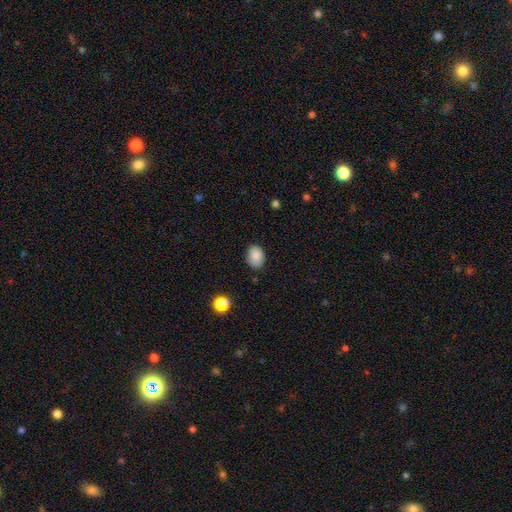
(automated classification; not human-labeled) Q: Smooth or featured?
A: smooth (85%); runner-up: star or artifact (9%)
Q: How rounded?
A: in between (71%); runner-up: round (28%)
Q: Merging?
A: none (76%); runner-up: minor disturbance (19%)